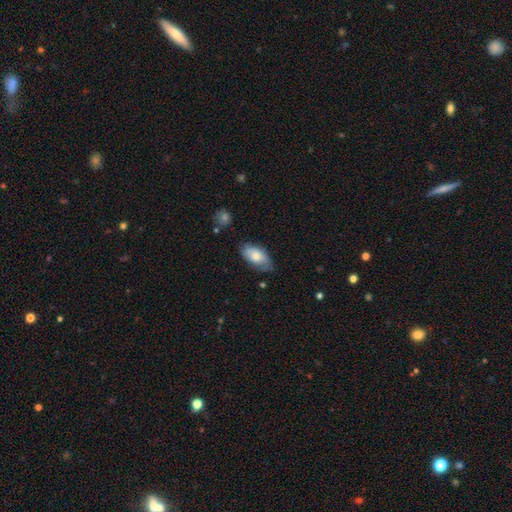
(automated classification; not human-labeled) Overall: smooth (66%; featured or disk 27%). How rounded: in between (93%). Merging: none (65%; minor disturbance 27%).